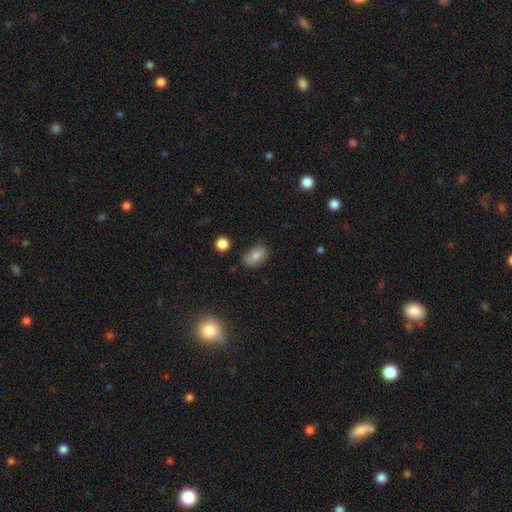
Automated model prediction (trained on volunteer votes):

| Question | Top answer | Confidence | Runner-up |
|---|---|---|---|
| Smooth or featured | smooth | 76% | featured or disk (14%) |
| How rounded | in between | 85% | round (14%) |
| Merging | none | 76% | minor disturbance (18%) |